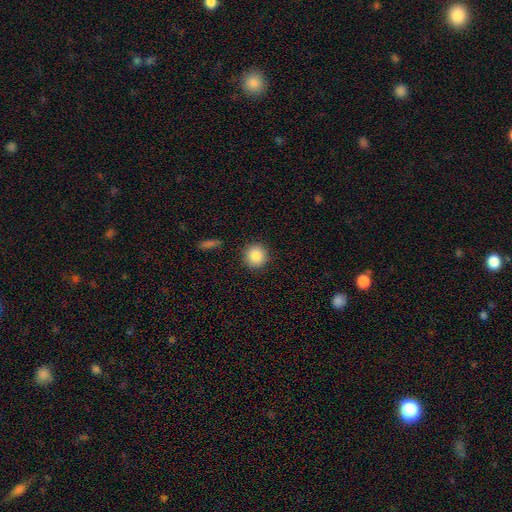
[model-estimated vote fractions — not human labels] smooth-or-featured: smooth: 87% | star or artifact: 8% | featured or disk: 5%
  how-rounded: round: 93% | in between: 6% | cigar-shaped: 1%
  merging: none: 90% | minor disturbance: 6% | major disturbance: 2% | merger: 1%